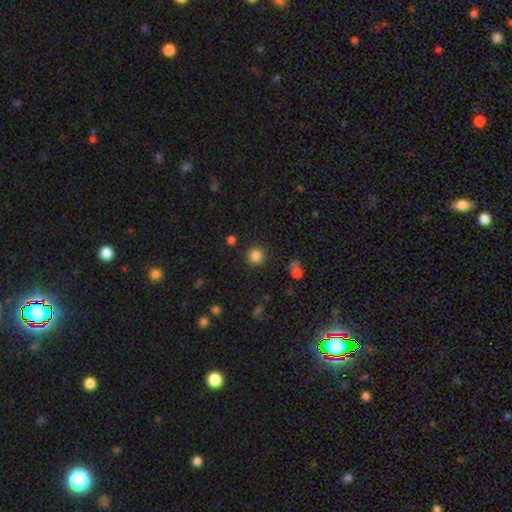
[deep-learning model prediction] This appears to be a smooth galaxy with no disk features (85%) that is round (94%). Merging: none (89%).